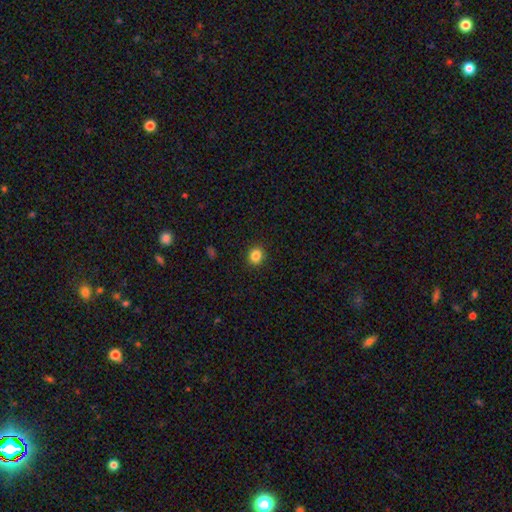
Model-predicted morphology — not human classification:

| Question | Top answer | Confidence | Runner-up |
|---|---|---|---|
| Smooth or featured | smooth | 85% | star or artifact (11%) |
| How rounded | round | 78% | in between (21%) |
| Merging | none | 92% | minor disturbance (6%) |